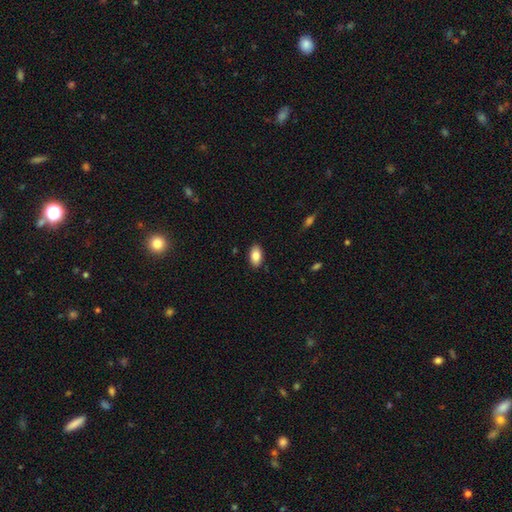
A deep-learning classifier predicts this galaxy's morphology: The model was most divided on "smooth or featured": smooth: 84%, featured or disk: 9%, star or artifact: 7%. More confident: how rounded — in between (93%); merging — none (88%).